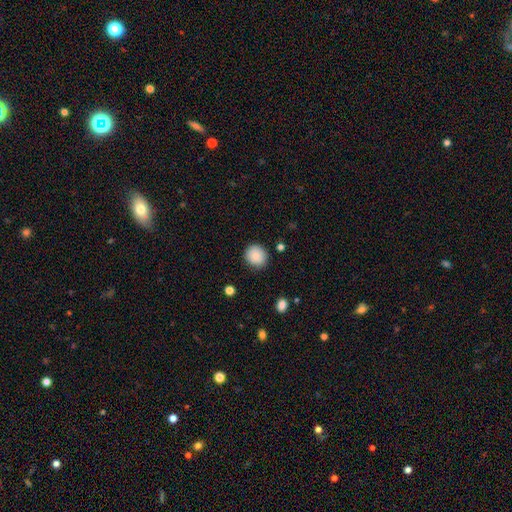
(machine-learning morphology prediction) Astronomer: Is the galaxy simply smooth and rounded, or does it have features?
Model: smooth — 87%.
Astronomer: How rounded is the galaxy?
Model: round — 88%.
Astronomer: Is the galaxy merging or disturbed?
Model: none — 87%.